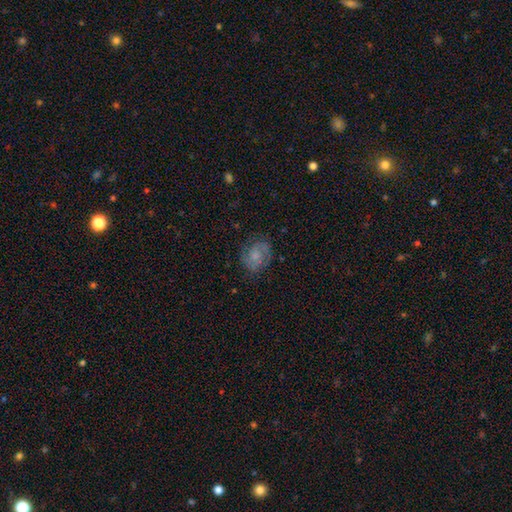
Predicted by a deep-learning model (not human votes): A featured or disk galaxy (62%) with no bar (63%), 2 (78%) medium (47%) spiral arms (90%) and no central bulge (34%).

Vote fractions:
- Smooth or featured? featured or disk: 62% / smooth: 28% / star or artifact: 10%
- Edge-on disk? no: 97% / yes: 3%
- Bar? no: 63% / weak: 32% / strong: 5%
- Spiral arms? yes: 90% / no: 10%
- Spiral winding? medium: 47% / tight: 38% / loose: 15%
- Spiral arm count? 2: 78% / can't tell: 12% / 3: 4% / 1: 4% / 4: 2% / more than 4: 1%
- Bulge size? none: 34% / small: 29% / moderate: 27% / large: 8% / dominant: 2%
- Merging? none: 75% / minor disturbance: 17% / major disturbance: 7% / merger: 1%